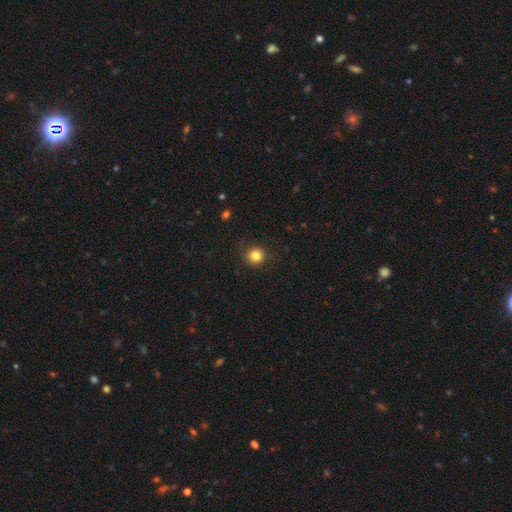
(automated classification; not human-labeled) A smooth galaxy with no disk features (83%) that is round (93%).

Vote fractions:
- Smooth or featured? smooth: 83% / star or artifact: 12% / featured or disk: 5%
- How rounded? round: 93% / in between: 6% / cigar-shaped: 1%
- Merging? none: 89% / minor disturbance: 7% / major disturbance: 3% / merger: 1%